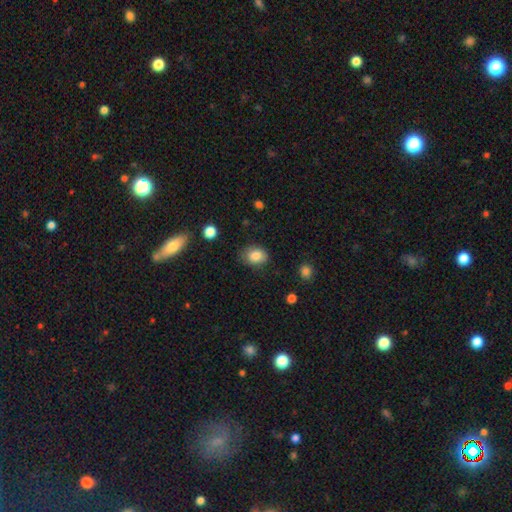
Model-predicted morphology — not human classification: Smooth or featured: smooth — 85% (star or artifact — 9%)
How rounded: in between — 60% (round — 39%)
Merging: none — 79% (minor disturbance — 16%)